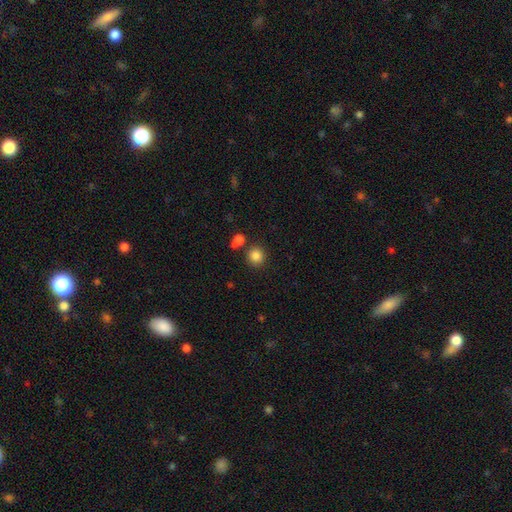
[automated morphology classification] A smooth galaxy with no disk features (85%) that is round (91%). Merging: none (81%).